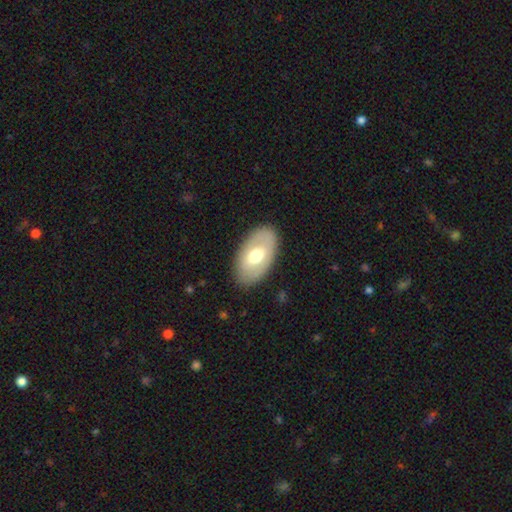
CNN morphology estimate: A smooth galaxy with no disk features (57%) that is in between round and cigar-shaped (92%).

Vote fractions:
- Smooth or featured? smooth: 57% / featured or disk: 37% / star or artifact: 6%
- How rounded? in between: 92% / round: 6% / cigar-shaped: 1%
- Merging? none: 85% / minor disturbance: 11% / major disturbance: 3% / merger: 1%